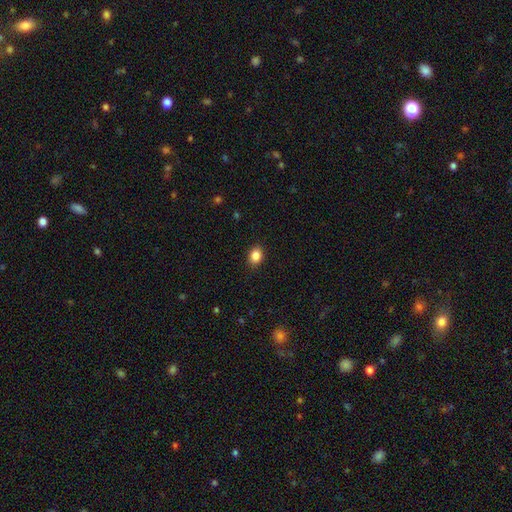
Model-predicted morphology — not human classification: smooth 86%, star or artifact 10%, featured or disk 4%. Down the decision tree: how rounded — in between (61%); merging — none (89%).